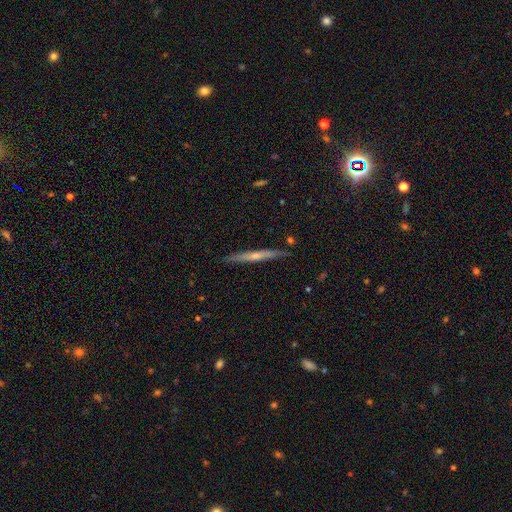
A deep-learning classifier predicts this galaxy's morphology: The model was most divided on "edge-on bulge": none: 48%, rounded: 47%, boxy: 5%. More confident: edge-on disk — yes (96%); merging — none (88%); smooth or featured — featured or disk (57%).